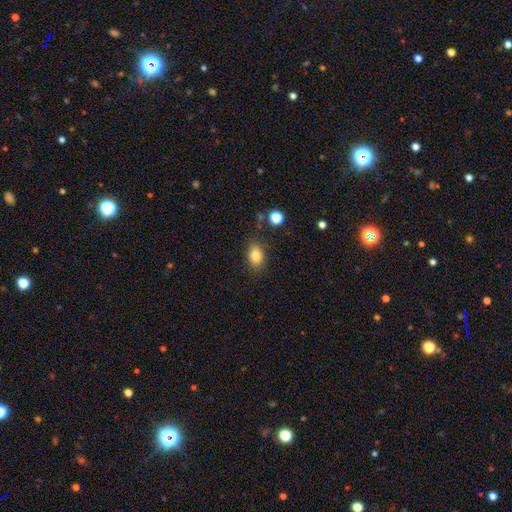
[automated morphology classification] Smooth or featured? Predicted: smooth (p=0.83). How rounded? Predicted: in between (p=0.75). Merging? Predicted: none (p=0.82).